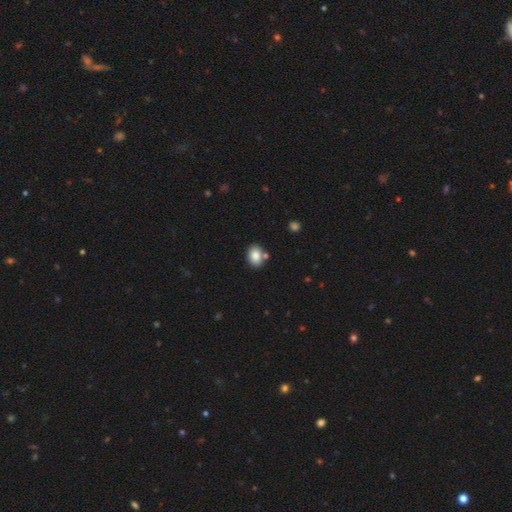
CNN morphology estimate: smooth 84%, star or artifact 9%, featured or disk 7%. Down the decision tree: how rounded — in between (69%); merging — none (71%).